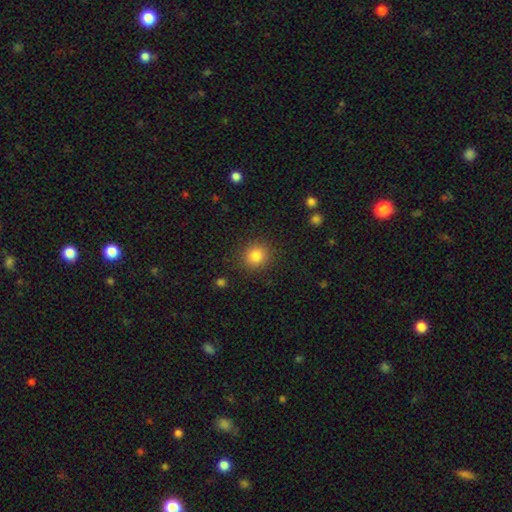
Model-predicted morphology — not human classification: The model was most divided on "smooth or featured": smooth: 84%, star or artifact: 11%, featured or disk: 5%. More confident: merging — none (89%); how rounded — round (88%).